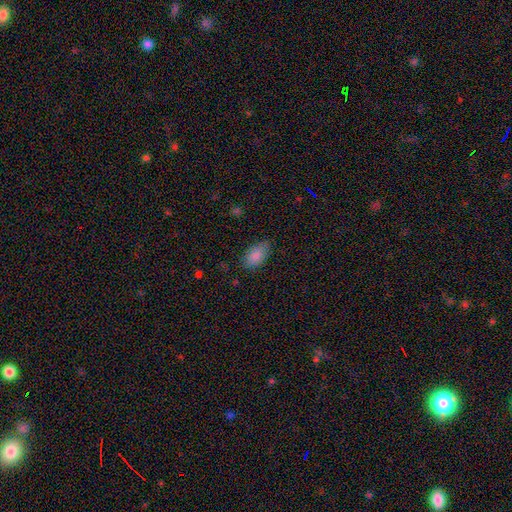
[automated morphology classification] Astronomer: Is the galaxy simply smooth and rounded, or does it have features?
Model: smooth — 87%.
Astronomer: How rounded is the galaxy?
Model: in between — 93%.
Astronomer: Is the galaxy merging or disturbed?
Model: none — 78%.